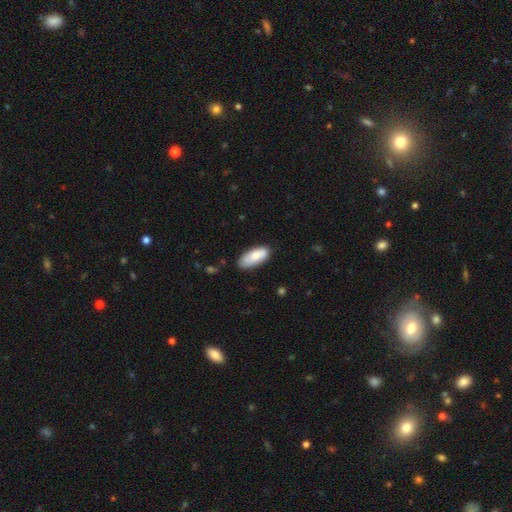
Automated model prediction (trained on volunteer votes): smooth 80%, featured or disk 14%, star or artifact 6%. Down the decision tree: how rounded — in between (86%); merging — none (75%).